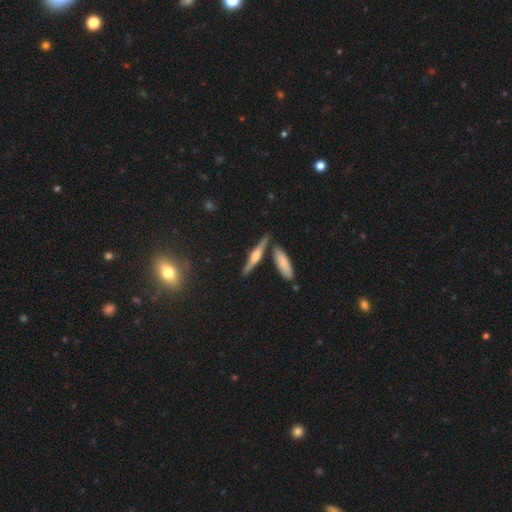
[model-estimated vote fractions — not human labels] This appears to be a featured or disk galaxy (66%) viewed edge-on (96%) with a rounded central bulge (75%). Merging: none (80%).